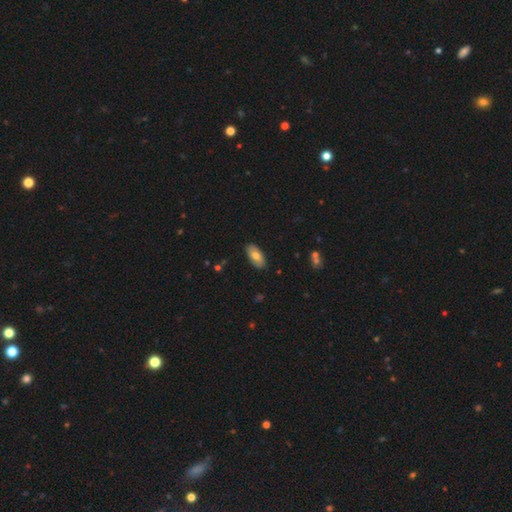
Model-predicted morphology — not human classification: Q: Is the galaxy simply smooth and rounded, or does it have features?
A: smooth — 74%.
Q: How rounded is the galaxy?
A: in between — 92%.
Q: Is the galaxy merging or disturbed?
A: none — 87%.